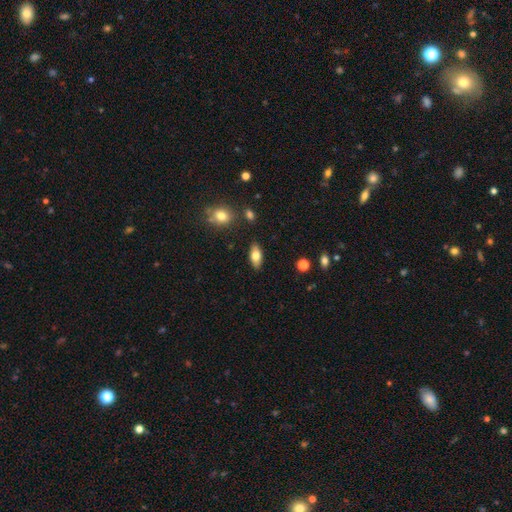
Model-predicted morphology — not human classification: Smooth or featured?
  - smooth: 75% *
  - featured or disk: 18%
  - star or artifact: 7%
How rounded?
  - in between: 86% *
  - cigar-shaped: 10%
  - round: 4%
Merging?
  - none: 86% *
  - minor disturbance: 10%
  - major disturbance: 2%
  - merger: 2%